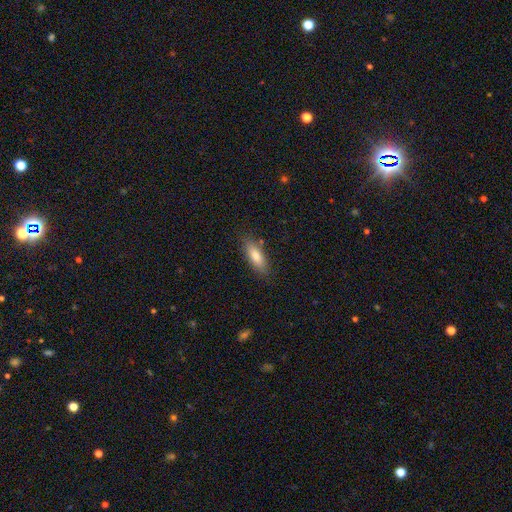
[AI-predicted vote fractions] Q: Smooth or featured?
A: smooth (77%); runner-up: featured or disk (16%)
Q: How rounded?
A: in between (56%); runner-up: cigar-shaped (42%)
Q: Merging?
A: none (83%); runner-up: minor disturbance (12%)